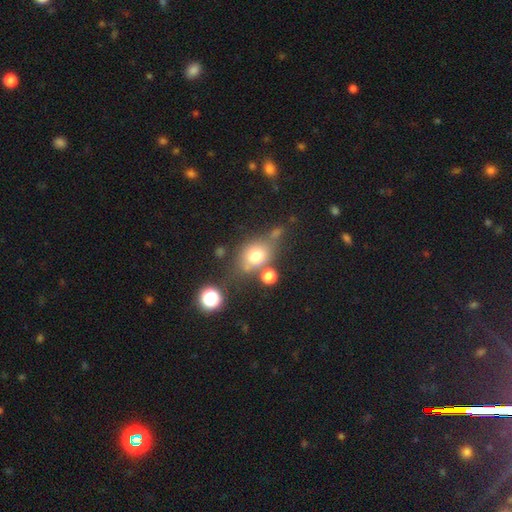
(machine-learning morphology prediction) A smooth galaxy with no disk features (70%) that is in between round and cigar-shaped (52%).

Vote fractions:
- Smooth or featured? smooth: 70% / featured or disk: 16% / star or artifact: 14%
- How rounded? in between: 52% / round: 46% / cigar-shaped: 2%
- Merging? none: 57% / minor disturbance: 18% / merger: 16% / major disturbance: 9%